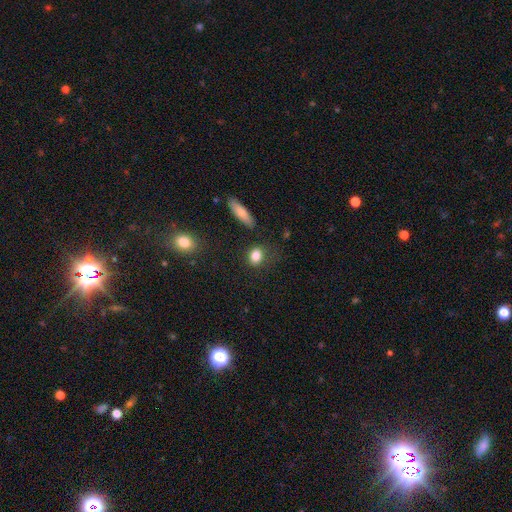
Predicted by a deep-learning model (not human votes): smooth_or_featured: smooth (p=0.83) [alt: star or artifact p=0.09]
how_rounded: in between (p=0.55) [alt: round p=0.41]
merging: none (p=0.75) [alt: minor disturbance p=0.16]